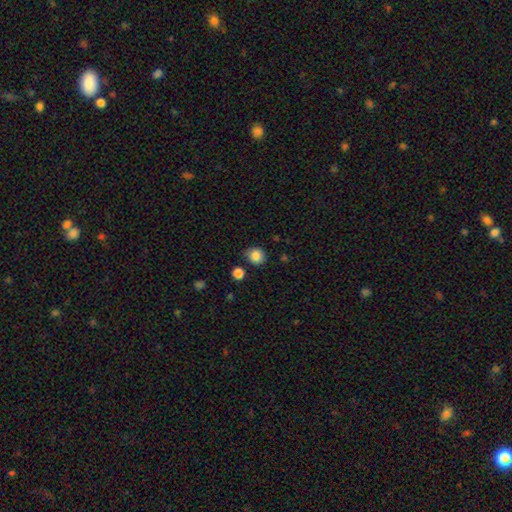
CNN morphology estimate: Smooth or featured? Predicted: smooth (p=0.86). How rounded? Predicted: round (p=0.81). Merging? Predicted: none (p=0.79).